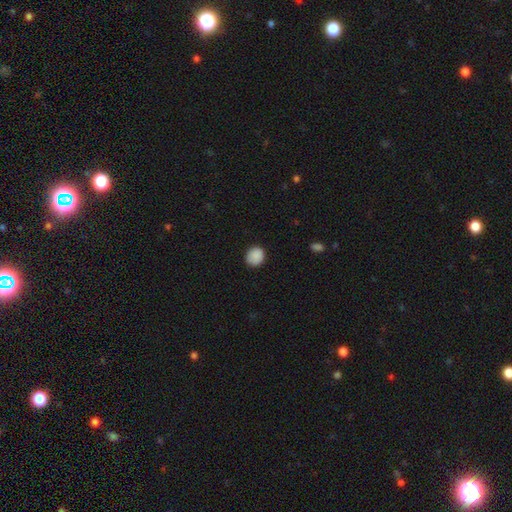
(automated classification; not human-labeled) This is clearly a smooth galaxy (89%). How rounded: likely round (75%). Merging: clearly none (85%).